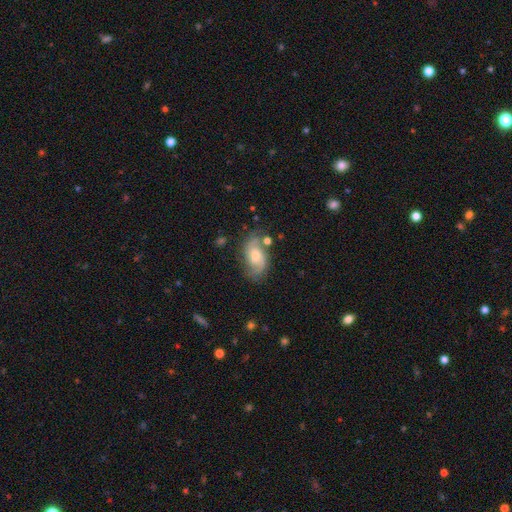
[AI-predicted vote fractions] featured or disk 68%, smooth 24%, star or artifact 7%. Down the decision tree: edge-on disk — no (96%); bar — no (60%); spiral arms — yes (91%); spiral arm count — 2 (82%); spiral winding — medium (47%); bulge size — moderate (56%); merging — none (65%).